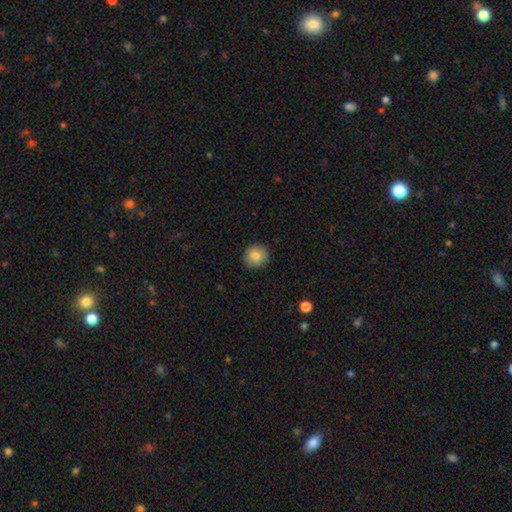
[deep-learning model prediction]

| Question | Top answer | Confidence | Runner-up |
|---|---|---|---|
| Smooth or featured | smooth | 84% | star or artifact (9%) |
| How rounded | round | 88% | in between (11%) |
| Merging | none | 89% | minor disturbance (8%) |